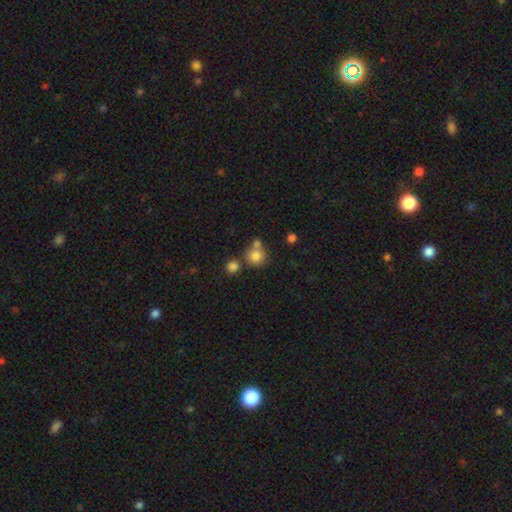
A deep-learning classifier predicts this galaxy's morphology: Smooth or featured? Predicted: smooth (p=0.80). How rounded? Predicted: round (p=0.90). Merging? Predicted: none (p=0.61).